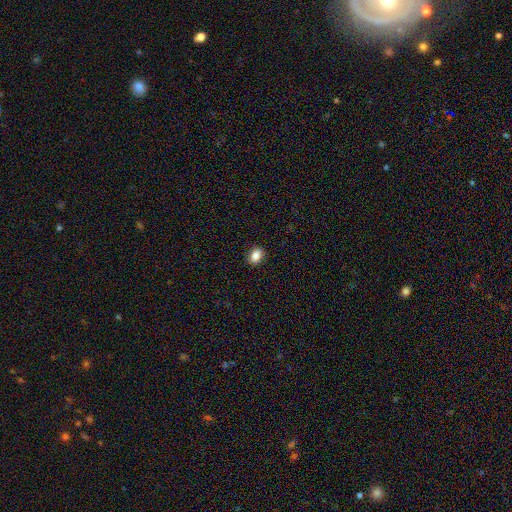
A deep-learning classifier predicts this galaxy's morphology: Smooth or featured: smooth — 85% (star or artifact — 9%)
How rounded: in between — 70% (round — 28%)
Merging: none — 89% (minor disturbance — 8%)